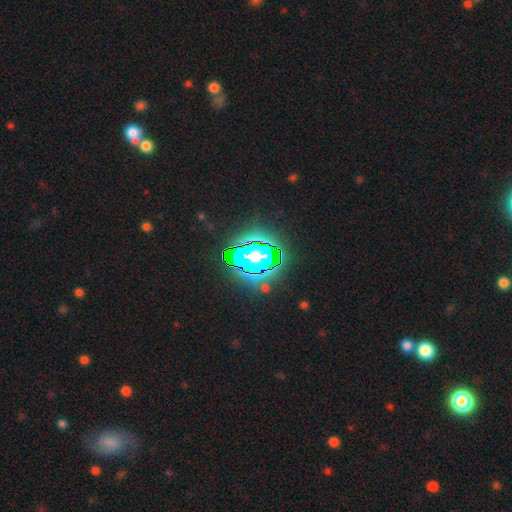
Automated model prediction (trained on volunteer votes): Morphology: type=star or artifact (65%).